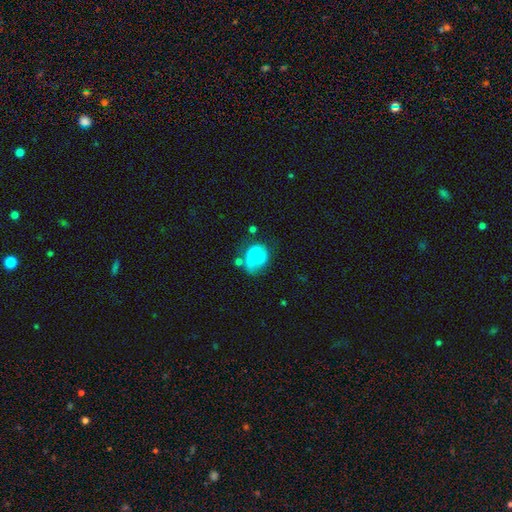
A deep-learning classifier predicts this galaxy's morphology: smooth-or-featured: smooth: 69% | featured or disk: 24% | star or artifact: 8%
  how-rounded: round: 54% | in between: 46% | cigar-shaped: 1%
  merging: none: 37% | minor disturbance: 35% | major disturbance: 18% | merger: 10%